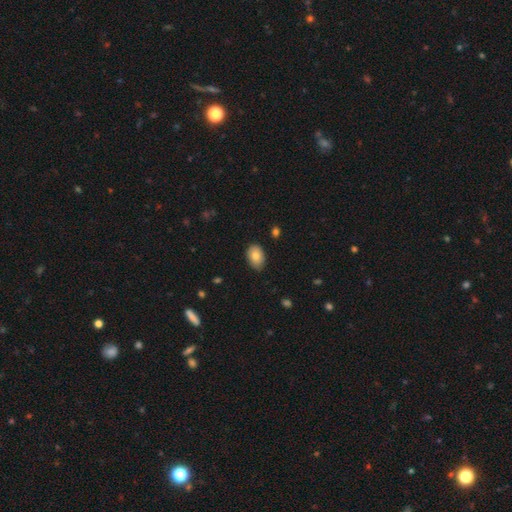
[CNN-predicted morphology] Smooth or featured: smooth — 81% (featured or disk — 11%)
How rounded: in between — 83% (round — 16%)
Merging: none — 83% (minor disturbance — 14%)